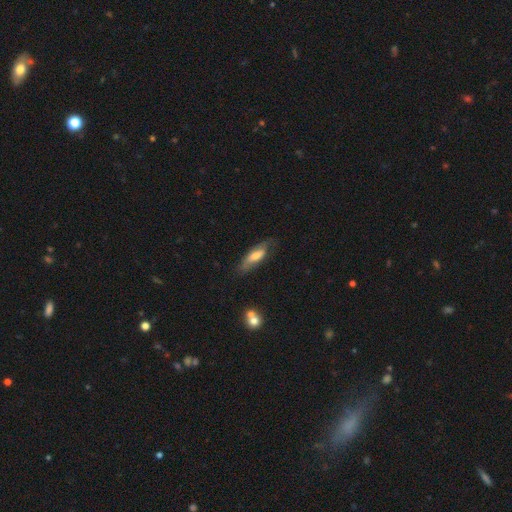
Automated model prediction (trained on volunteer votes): Smooth or featured?
  - smooth: 55% *
  - featured or disk: 39%
  - star or artifact: 7%
How rounded?
  - in between: 51% *
  - cigar-shaped: 47%
  - round: 2%
Merging?
  - none: 65% *
  - minor disturbance: 25%
  - major disturbance: 7%
  - merger: 3%